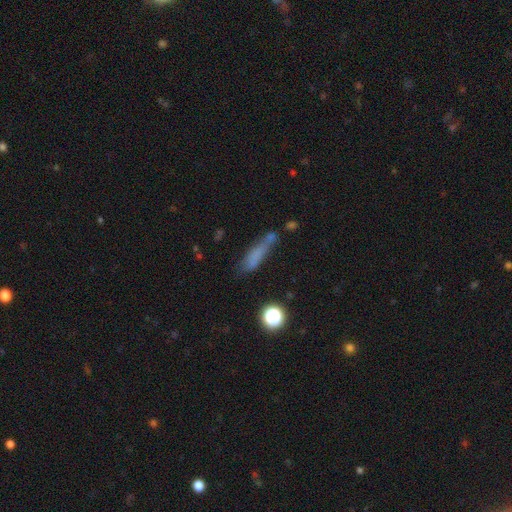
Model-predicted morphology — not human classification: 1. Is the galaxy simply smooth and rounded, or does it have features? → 64% smooth, 20% featured or disk, 16% star or artifact.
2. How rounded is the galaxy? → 73% cigar-shaped, 22% in between, 5% round.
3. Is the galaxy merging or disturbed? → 51% none, 24% minor disturbance, 13% merger, 12% major disturbance.